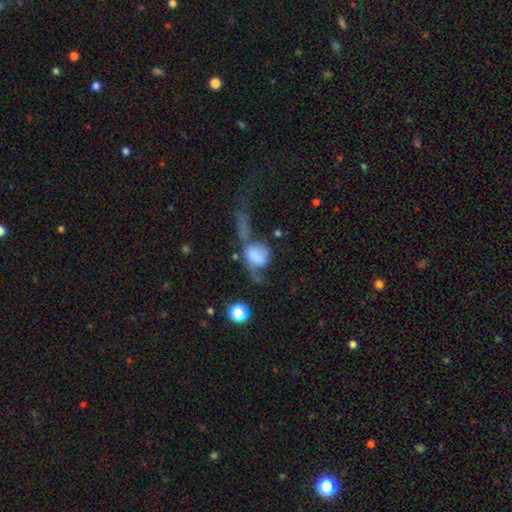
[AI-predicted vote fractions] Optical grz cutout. It shows a smooth galaxy with no disk features (60%) that is in between round and cigar-shaped (56%). Merging: major disturbance (43%).